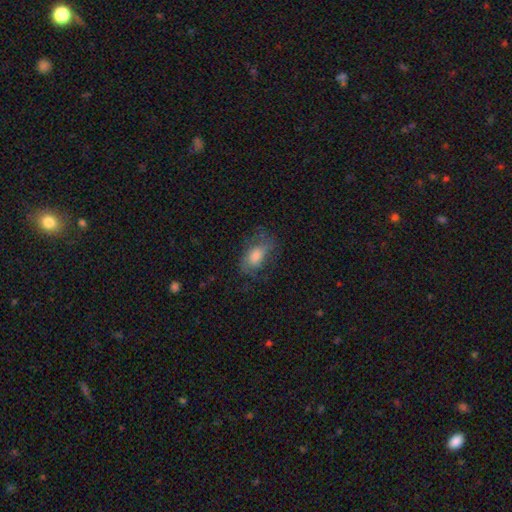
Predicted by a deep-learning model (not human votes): This is possibly a smooth galaxy (54%). How rounded: clearly in between (84%). Merging: possibly none (59%).